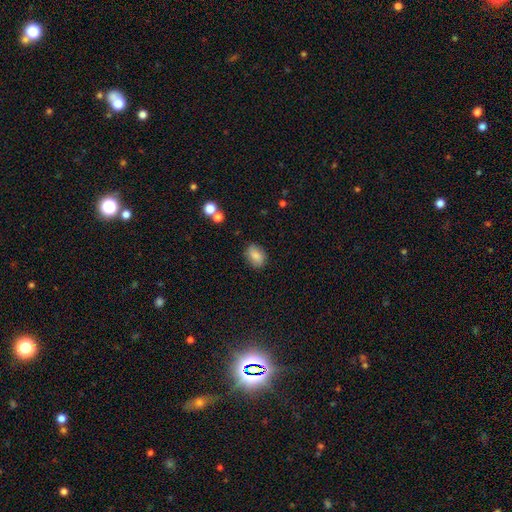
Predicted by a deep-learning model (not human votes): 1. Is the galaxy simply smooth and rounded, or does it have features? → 84% smooth, 8% star or artifact, 7% featured or disk.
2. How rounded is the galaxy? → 78% in between, 20% round, 2% cigar-shaped.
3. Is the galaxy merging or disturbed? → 83% none, 13% minor disturbance, 3% major disturbance, 2% merger.